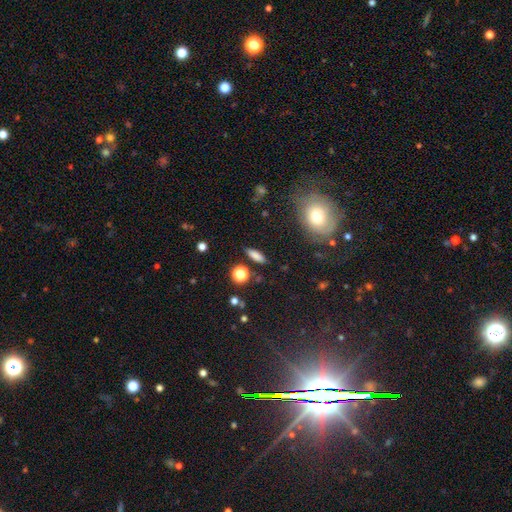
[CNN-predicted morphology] smooth 80%, star or artifact 11%, featured or disk 9%. Down the decision tree: how rounded — in between (52%); merging — none (87%).